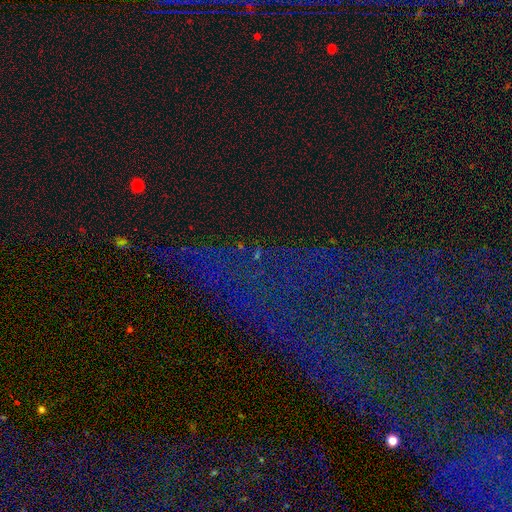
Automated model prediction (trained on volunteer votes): A star or artifact, not a galaxy (77%).